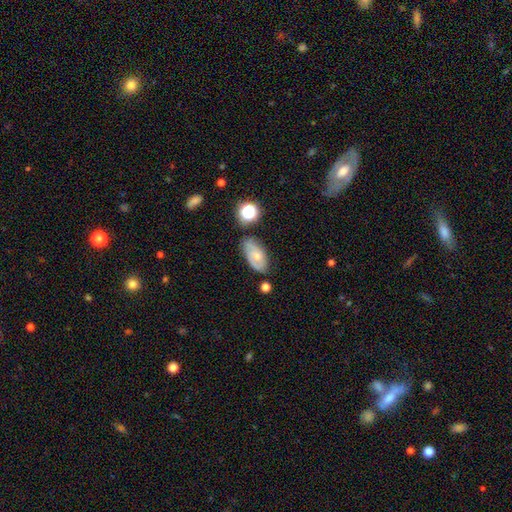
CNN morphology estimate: This is possibly a featured or disk galaxy (52%). It is clearly not viewed edge-on (93%). Merging: likely none (64%).